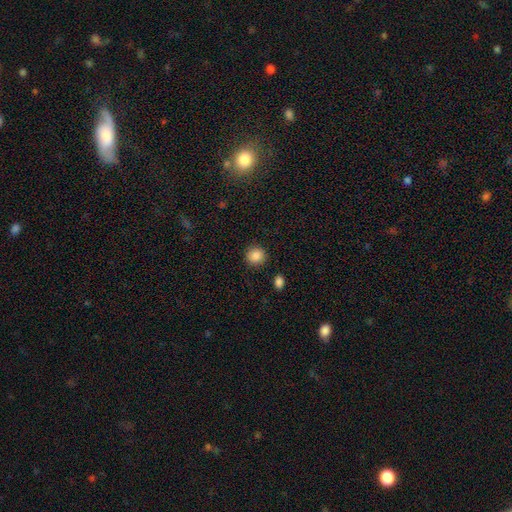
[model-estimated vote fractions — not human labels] Smooth or featured: smooth — 87% (star or artifact — 9%)
How rounded: round — 90% (in between — 9%)
Merging: none — 90% (minor disturbance — 6%)